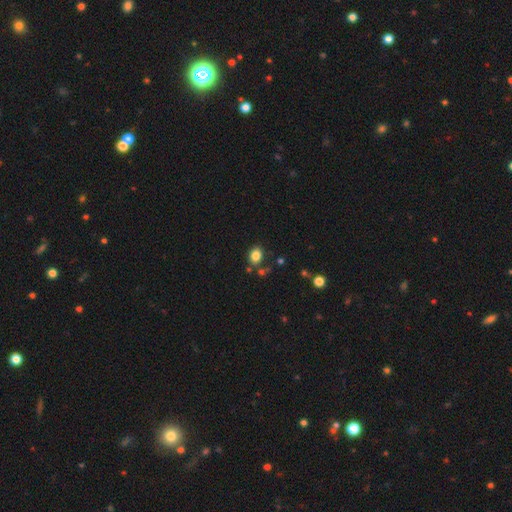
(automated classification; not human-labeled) Smooth or featured? Predicted: smooth (p=0.83). How rounded? Predicted: in between (p=0.59). Merging? Predicted: none (p=0.75).